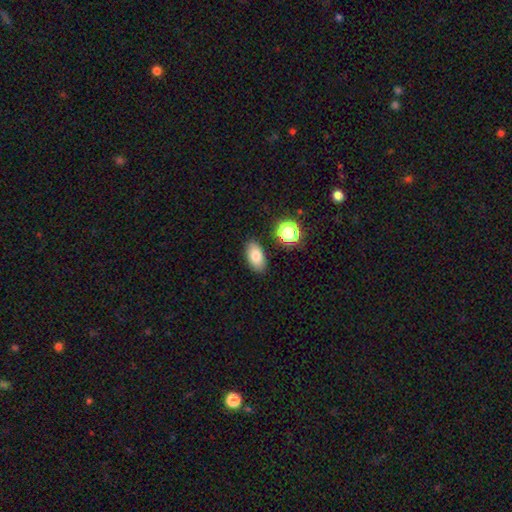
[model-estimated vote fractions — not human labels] Smooth or featured: smooth — 79% (star or artifact — 10%)
How rounded: in between — 91% (round — 6%)
Merging: none — 85% (minor disturbance — 9%)